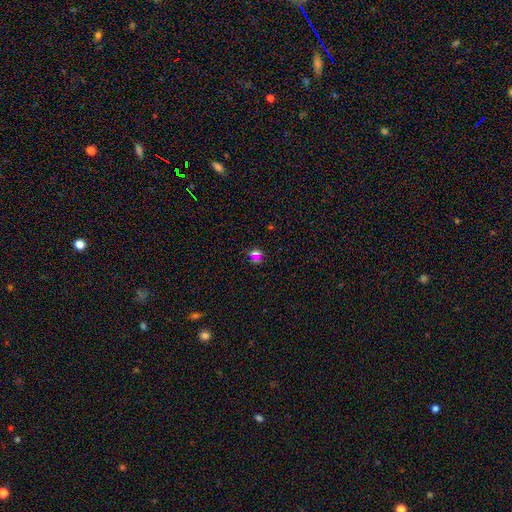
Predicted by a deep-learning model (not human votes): This appears to be a smooth galaxy with no disk features (46%). Merging: none (74%).